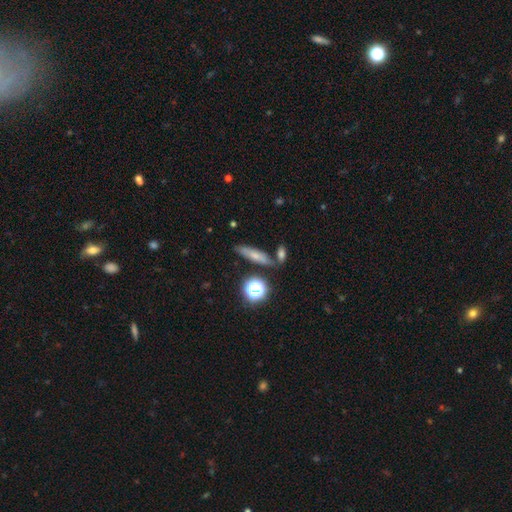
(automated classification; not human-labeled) Smooth or featured? Predicted: smooth (p=0.62). How rounded? Predicted: cigar-shaped (p=0.62). Merging? Predicted: none (p=0.72).